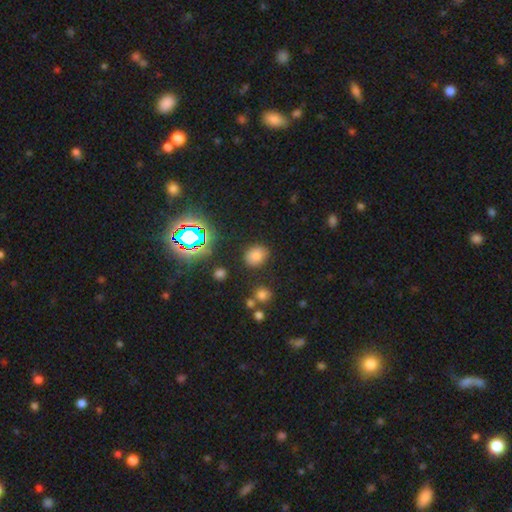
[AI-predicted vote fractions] Smooth or featured? Predicted: smooth (p=0.73). How rounded? Predicted: in between (p=0.51). Merging? Predicted: none (p=0.82).